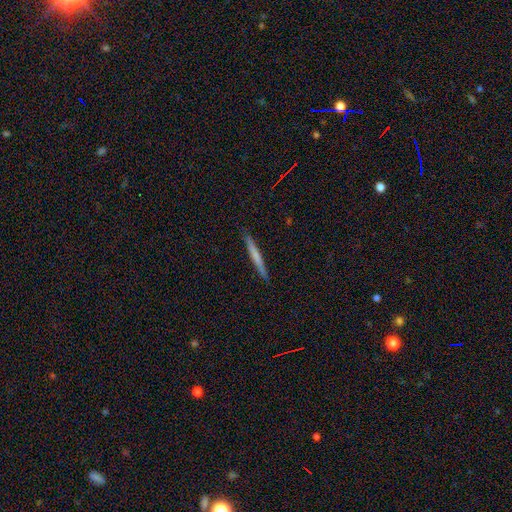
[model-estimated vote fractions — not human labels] This appears to be a smooth galaxy with no disk features (61%) that is cigar-shaped (97%). Merging: none (90%).